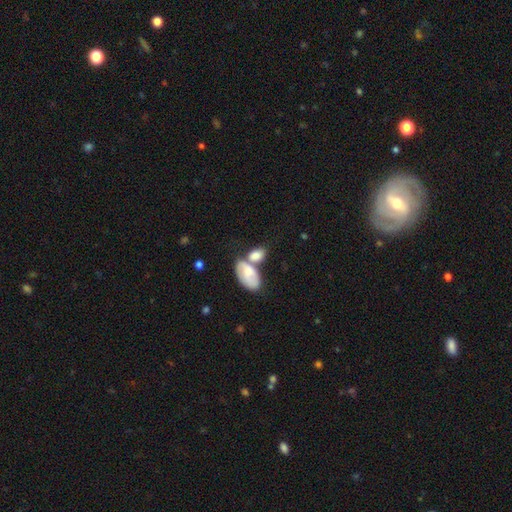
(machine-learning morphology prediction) Smooth or featured? smooth (75%)
How rounded? in between (88%)
Merging? merger (51%)